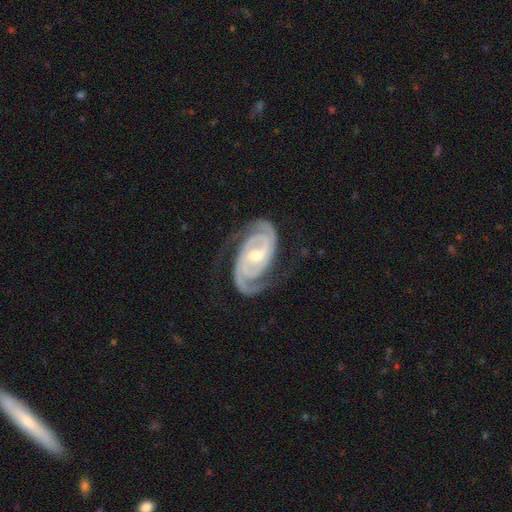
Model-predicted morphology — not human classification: smooth_or_featured: featured or disk (p=0.93) [alt: star or artifact p=0.04]
disk_edge_on: no (p=0.97) [alt: yes p=0.03]
bar: weak (p=0.44) [alt: no p=0.33]
has_spiral_arms: yes (p=0.99) [alt: no p=0.01]
spiral_winding: tight (p=0.61) [alt: medium p=0.33]
spiral_arm_count: 2 (p=0.87) [alt: 3 p=0.05]
bulge_size: moderate (p=0.60) [alt: small p=0.36]
merging: none (p=0.76) [alt: minor disturbance p=0.16]